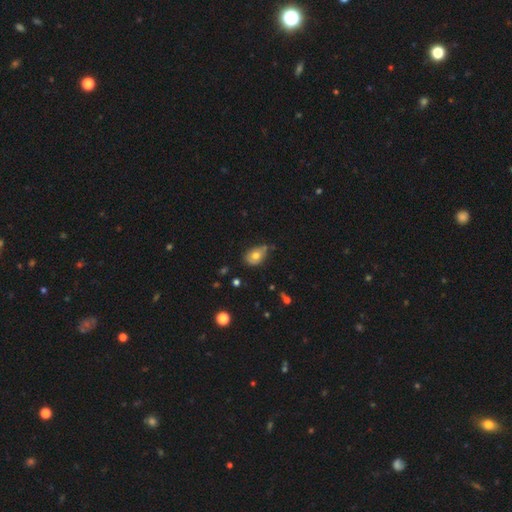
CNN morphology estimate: The model was most divided on "merging": none: 50%, minor disturbance: 37%, major disturbance: 8%, merger: 6%. More confident: how rounded — in between (75%); smooth or featured — smooth (70%).